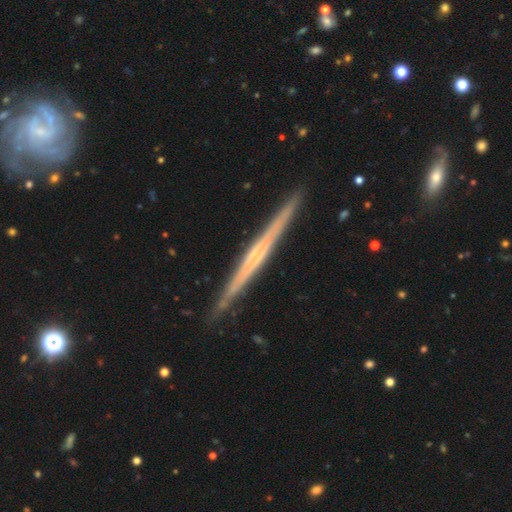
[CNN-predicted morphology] smooth-or-featured: featured or disk: 76% | smooth: 19% | star or artifact: 5%
  disk-edge-on: yes: 98% | no: 2%
    edge-on-bulge: none: 61% | rounded: 25% | boxy: 14%
  merging: none: 90% | minor disturbance: 7% | major disturbance: 1% | merger: 1%